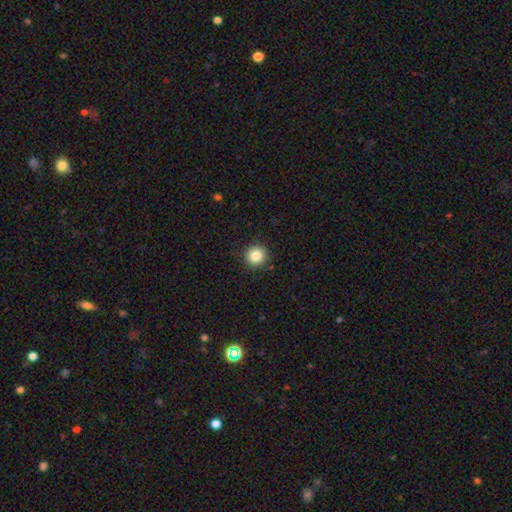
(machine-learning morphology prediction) Smooth or featured: smooth — 85% (star or artifact — 10%)
How rounded: round — 94% (in between — 5%)
Merging: none — 91% (minor disturbance — 6%)